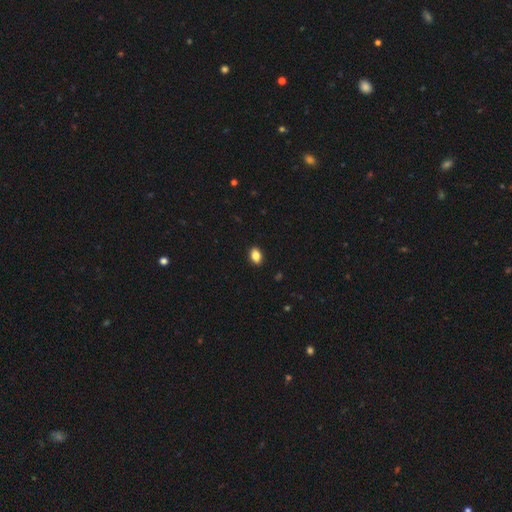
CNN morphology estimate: smooth_or_featured: smooth (p=0.86) [alt: star or artifact p=0.09]
how_rounded: in between (p=0.80) [alt: round p=0.18]
merging: none (p=0.91) [alt: minor disturbance p=0.07]